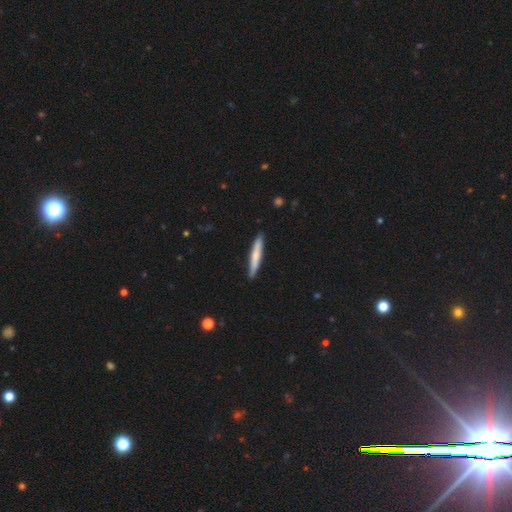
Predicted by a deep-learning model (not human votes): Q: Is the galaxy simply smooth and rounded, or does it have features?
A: smooth — 66%.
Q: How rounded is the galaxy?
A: cigar-shaped — 95%.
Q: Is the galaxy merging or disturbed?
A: none — 89%.